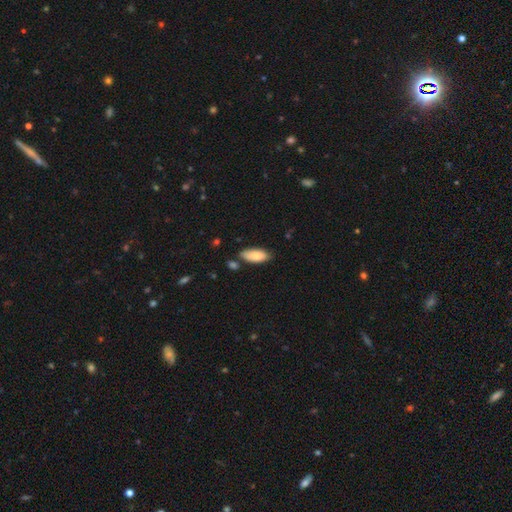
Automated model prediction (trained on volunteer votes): Overall: smooth (82%). How rounded: in between (88%). Merging: none (73%).